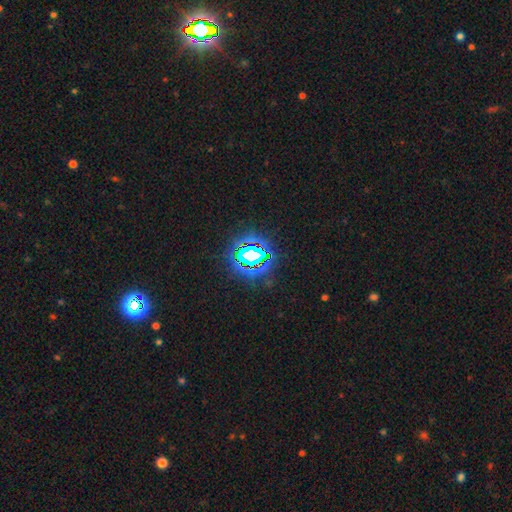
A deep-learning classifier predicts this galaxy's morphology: The model was most divided on "smooth or featured": star or artifact: 79%, smooth: 13%, featured or disk: 8%.